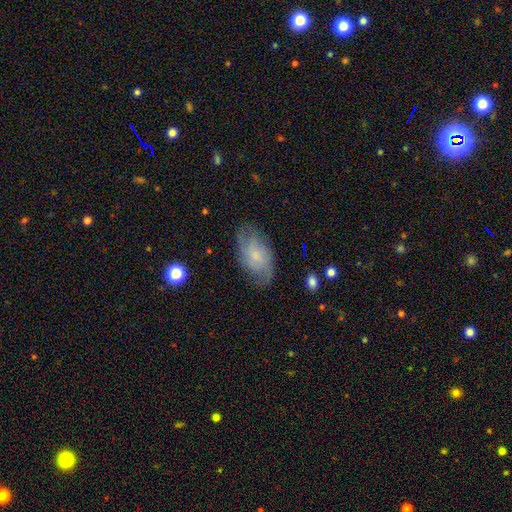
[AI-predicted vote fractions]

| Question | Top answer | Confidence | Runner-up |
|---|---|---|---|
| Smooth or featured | featured or disk | 58% | smooth (35%) |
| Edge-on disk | no | 95% | yes (5%) |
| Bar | no | 70% | weak (27%) |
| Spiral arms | yes | 87% | no (13%) |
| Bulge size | small | 54% | moderate (25%) |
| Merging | none | 71% | minor disturbance (20%) |